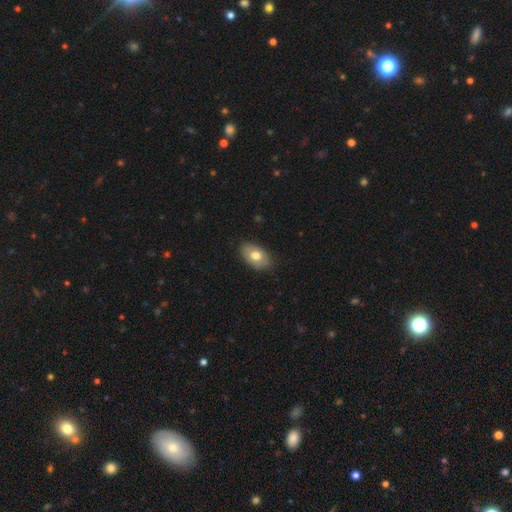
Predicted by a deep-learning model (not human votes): A smooth galaxy with no disk features (71%) that is in between round and cigar-shaped (90%).

Vote fractions:
- Smooth or featured? smooth: 71% / featured or disk: 23% / star or artifact: 6%
- How rounded? in between: 90% / round: 8% / cigar-shaped: 1%
- Merging? none: 83% / minor disturbance: 13% / major disturbance: 2% / merger: 1%